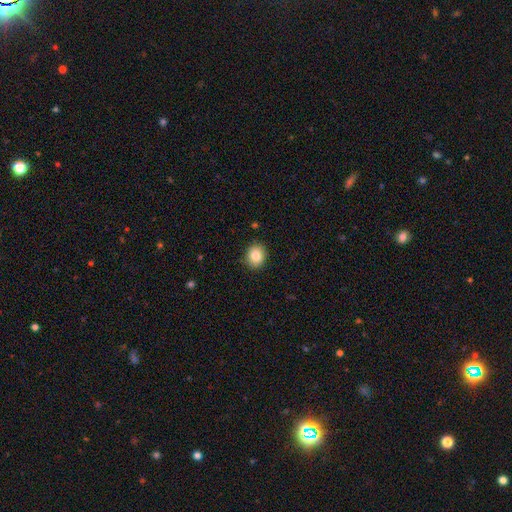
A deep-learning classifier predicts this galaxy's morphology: smooth 85%, star or artifact 9%, featured or disk 7%. Down the decision tree: how rounded — round (62%); merging — none (89%).